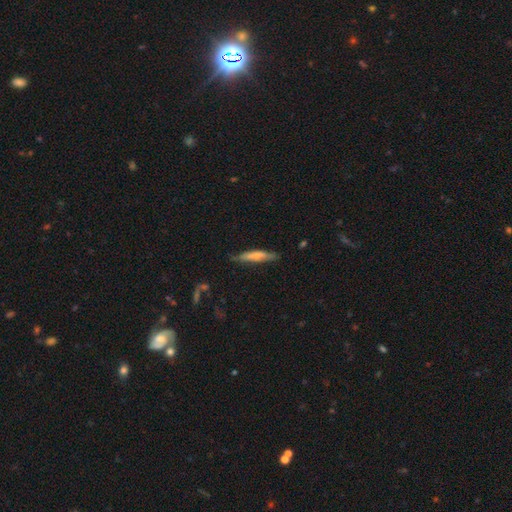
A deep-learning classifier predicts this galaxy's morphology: smooth-or-featured: smooth: 60% | featured or disk: 34% | star or artifact: 6%
  how-rounded: cigar-shaped: 88% | in between: 10% | round: 2%
  merging: none: 73% | minor disturbance: 21% | major disturbance: 4% | merger: 2%